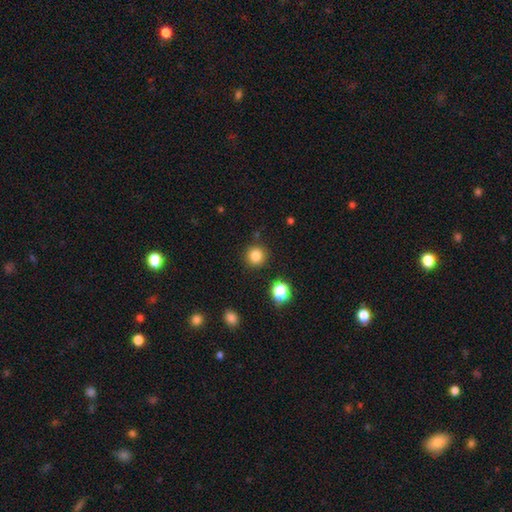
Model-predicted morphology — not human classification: The model was most divided on "smooth or featured": smooth: 83%, star or artifact: 12%, featured or disk: 5%. More confident: how rounded — round (94%); merging — none (88%).